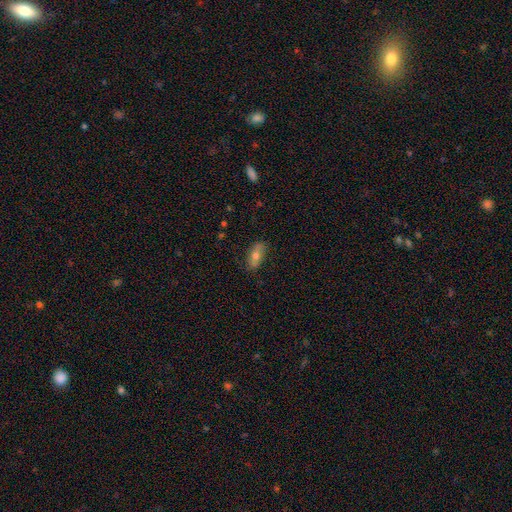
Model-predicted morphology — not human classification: This is possibly a smooth galaxy (60%). How rounded: likely in between (76%). Merging: clearly none (80%).